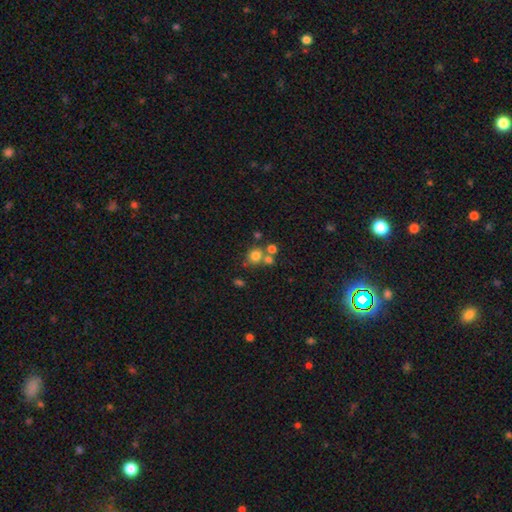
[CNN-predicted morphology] Smooth or featured: smooth — 73% (star or artifact — 15%)
How rounded: round — 81% (in between — 18%)
Merging: none — 53% (merger — 32%)